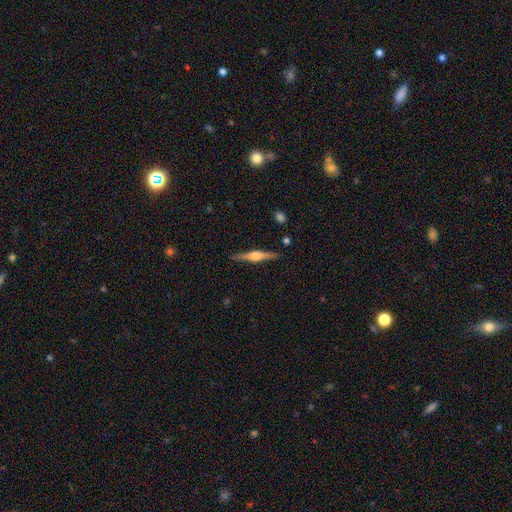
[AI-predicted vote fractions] smooth_or_featured: featured or disk (p=0.75) [alt: smooth p=0.20]
disk_edge_on: yes (p=0.98) [alt: no p=0.02]
edge_on_bulge: rounded (p=0.87) [alt: boxy p=0.10]
merging: none (p=0.89) [alt: minor disturbance p=0.08]